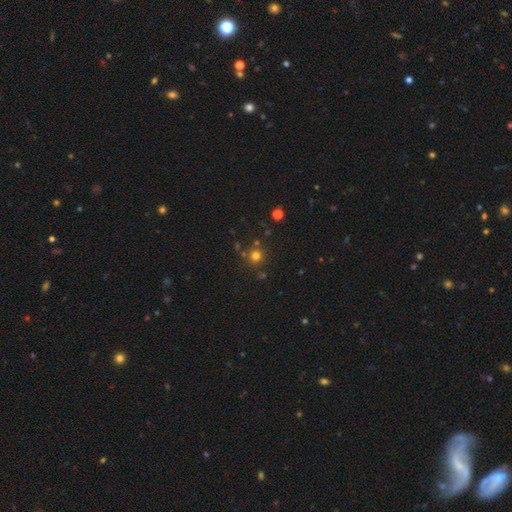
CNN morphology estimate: The model was most divided on "smooth or featured": smooth: 72%, star or artifact: 21%, featured or disk: 7%. More confident: how rounded — round (93%); merging — none (80%).